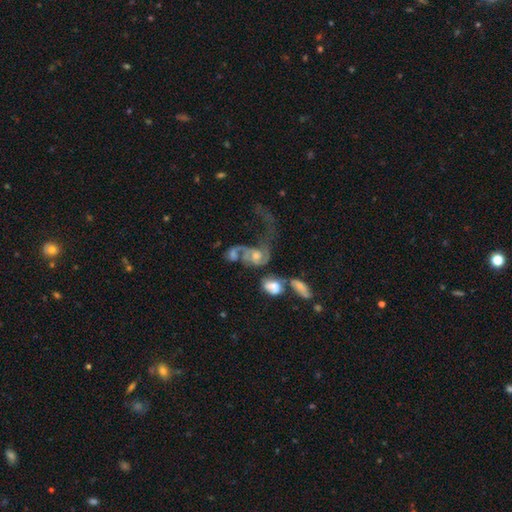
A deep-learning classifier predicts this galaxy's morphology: type=featured or disk (72%); edge-on=no (96%); bar=no (72%); spiral arms=yes (81%); winding=loose (62%); arm count=2 (45%); bulge=moderate (55%); merging=merger (48%).